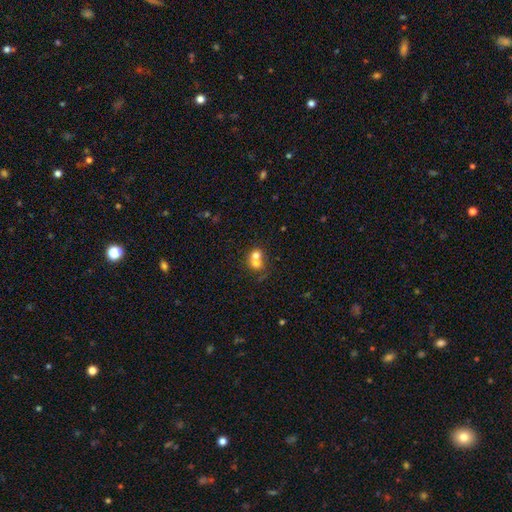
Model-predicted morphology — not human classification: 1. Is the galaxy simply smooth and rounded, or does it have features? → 68% smooth, 20% featured or disk, 12% star or artifact.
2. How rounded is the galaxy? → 72% round, 27% in between, 1% cigar-shaped.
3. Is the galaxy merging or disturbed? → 68% merger, 24% none, 5% minor disturbance, 3% major disturbance.